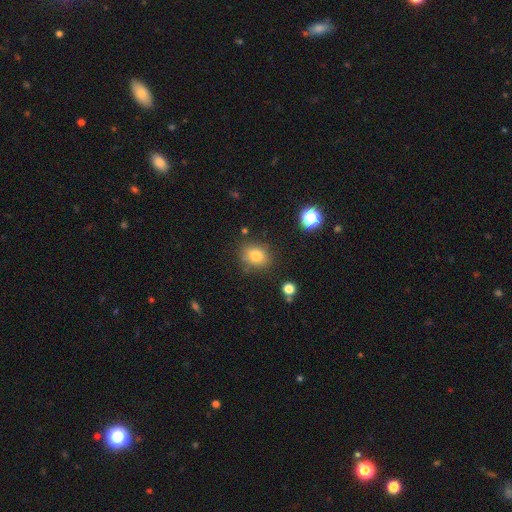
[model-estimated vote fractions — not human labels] The model was most divided on "how rounded": round: 55%, in between: 44%, cigar-shaped: 1%. More confident: smooth or featured — smooth (80%); merging — none (80%).